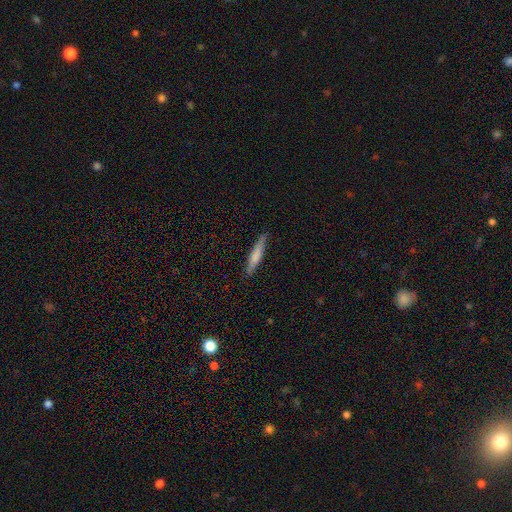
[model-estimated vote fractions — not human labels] Smooth or featured?
  - smooth: 67% *
  - featured or disk: 27%
  - star or artifact: 6%
How rounded?
  - cigar-shaped: 92% *
  - in between: 7%
  - round: 1%
Merging?
  - none: 85% *
  - minor disturbance: 12%
  - major disturbance: 2%
  - merger: 1%